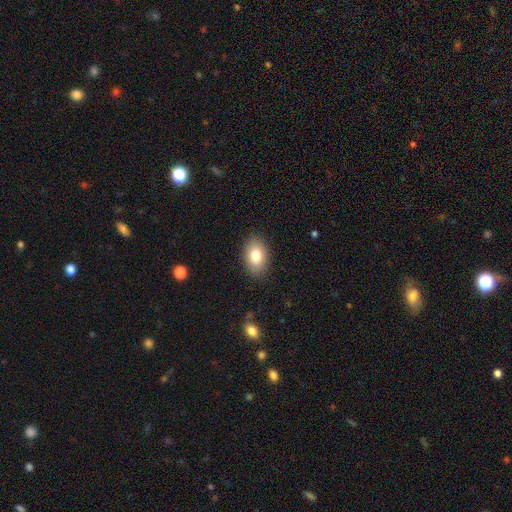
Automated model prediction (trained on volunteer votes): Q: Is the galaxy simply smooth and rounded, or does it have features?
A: smooth — 80%.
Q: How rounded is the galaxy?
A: in between — 87%.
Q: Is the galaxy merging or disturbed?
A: none — 87%.